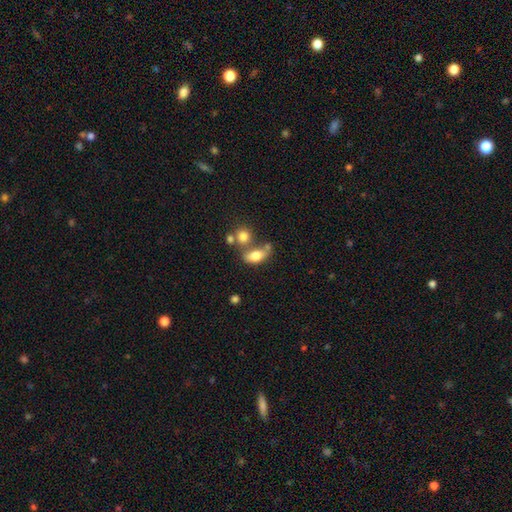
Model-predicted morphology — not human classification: The model was most divided on "merging": none: 39%, merger: 36%, minor disturbance: 16%, major disturbance: 10%. More confident: how rounded — in between (81%); smooth or featured — smooth (74%).